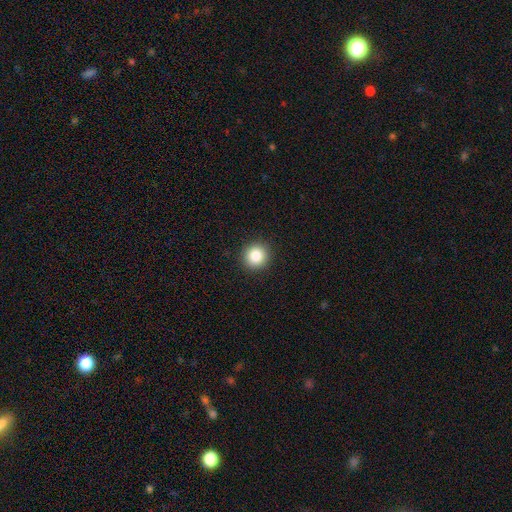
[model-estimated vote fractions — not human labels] Overall: smooth (85%). How rounded: round (92%). Merging: none (92%).